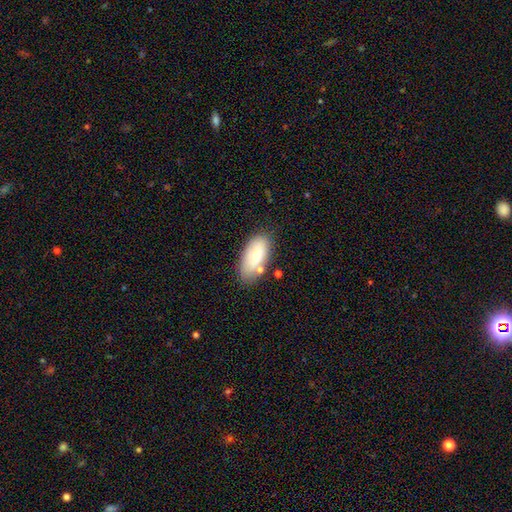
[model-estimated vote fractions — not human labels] Smooth or featured? Predicted: smooth (p=0.68). How rounded? Predicted: in between (p=0.92). Merging? Predicted: none (p=0.70).